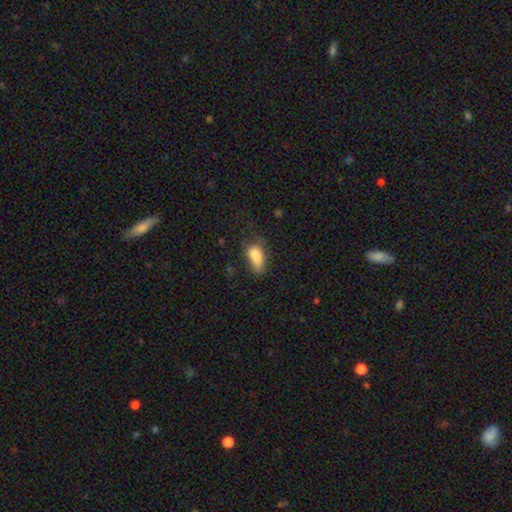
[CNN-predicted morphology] Overall: smooth (82%). How rounded: in between (83%). Merging: none (41%; minor disturbance 33%).